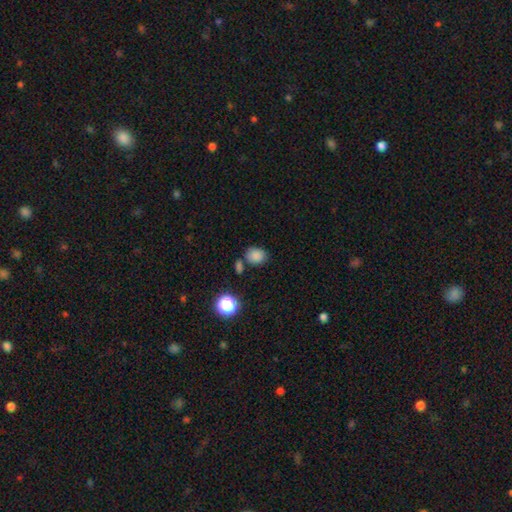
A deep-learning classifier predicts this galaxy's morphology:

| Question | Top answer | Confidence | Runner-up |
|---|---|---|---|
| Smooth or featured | smooth | 82% | star or artifact (12%) |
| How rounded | in between | 55% | round (44%) |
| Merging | none | 66% | minor disturbance (16%) |